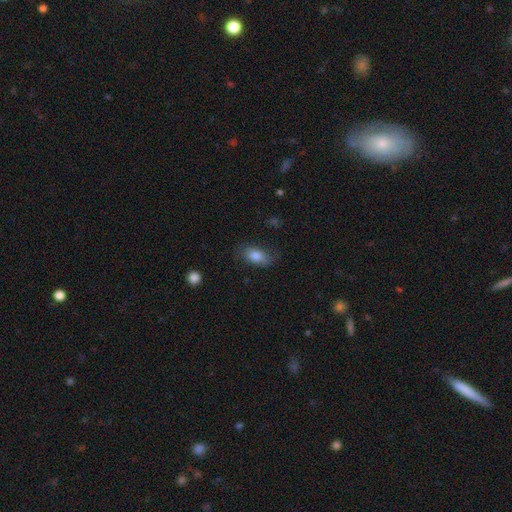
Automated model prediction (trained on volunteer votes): A smooth galaxy with no disk features (80%) that is in between round and cigar-shaped (88%). Merging: none (73%).